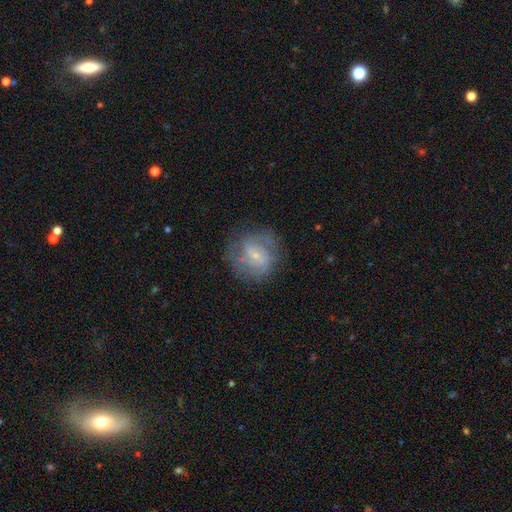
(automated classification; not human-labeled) smooth-or-featured: featured or disk: 68% | smooth: 24% | star or artifact: 8%
  disk-edge-on: no: 97% | yes: 3%
    bar: weak: 46% | no: 42% | strong: 12%
    has-spiral-arms: yes: 81% | no: 19%
      spiral-winding: medium: 42% | tight: 40% | loose: 18%
      spiral-arm-count: 2: 40% | can't tell: 36% | 3: 11% | 4: 5% | 1: 4% | more than 4: 3%
    bulge-size: small: 76% | moderate: 17% | none: 5% | large: 1% | dominant: 1%
  merging: none: 71% | minor disturbance: 18% | major disturbance: 10% | merger: 1%